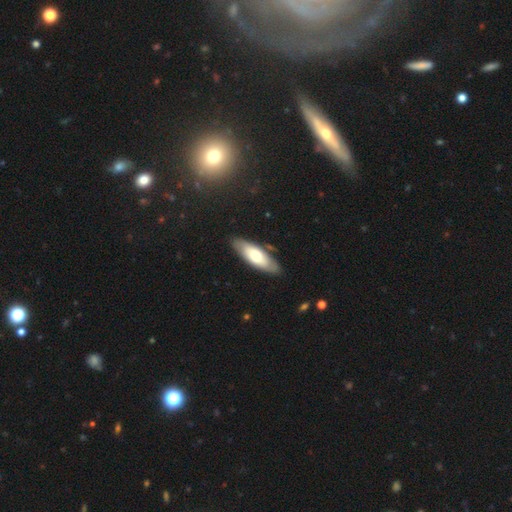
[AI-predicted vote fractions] This is likely a smooth galaxy (64%). How rounded: likely in between (60%). Merging: clearly none (84%).